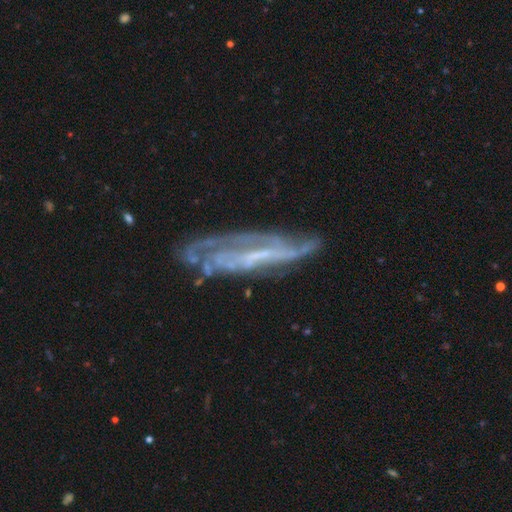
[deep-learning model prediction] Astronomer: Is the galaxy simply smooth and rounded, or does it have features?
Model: featured or disk — 79%.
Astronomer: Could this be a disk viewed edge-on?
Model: no — 70%.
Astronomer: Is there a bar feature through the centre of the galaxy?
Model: no — 36% (runner-up: weak, 35%).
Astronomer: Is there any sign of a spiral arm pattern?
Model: yes — 81%.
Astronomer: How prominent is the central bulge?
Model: small — 43% (runner-up: none, 36%).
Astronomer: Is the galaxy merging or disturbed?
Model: none — 58%.